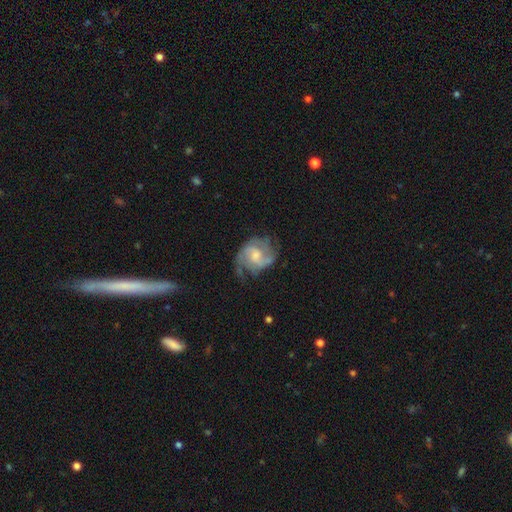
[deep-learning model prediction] Smooth or featured? featured or disk (73%)
Edge-on disk? no (98%)
Bar? no (53%)
Spiral arms? yes (87%)
Spiral winding? medium (47%)
Spiral arm count? 2 (56%)
Bulge size? moderate (48%)
Merging? none (50%)